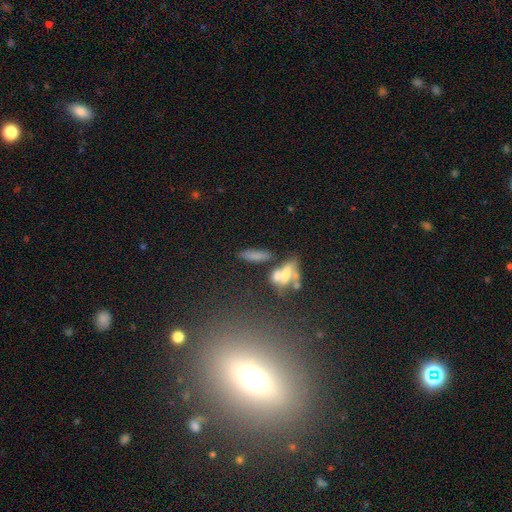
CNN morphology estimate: Smooth or featured? smooth (69%)
How rounded? cigar-shaped (57%)
Merging? none (55%)